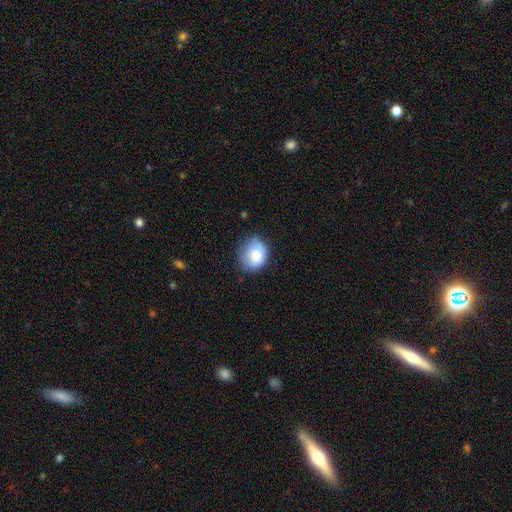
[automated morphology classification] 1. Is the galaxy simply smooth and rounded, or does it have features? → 77% smooth, 14% featured or disk, 9% star or artifact.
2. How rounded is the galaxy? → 71% round, 28% in between, 1% cigar-shaped.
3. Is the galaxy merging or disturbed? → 63% none, 28% minor disturbance, 6% major disturbance, 2% merger.